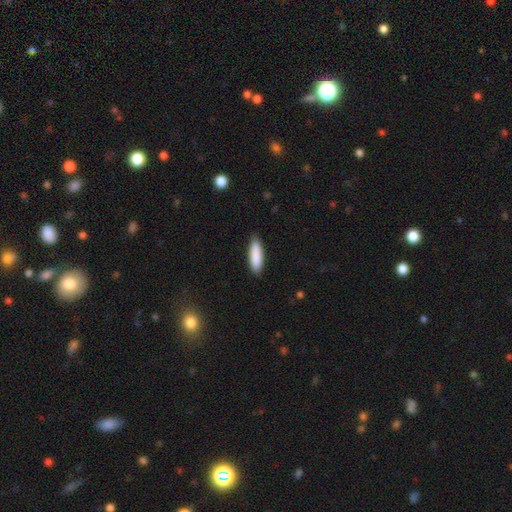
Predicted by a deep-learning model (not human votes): A smooth galaxy with no disk features (88%) that is cigar-shaped (52%). Merging: none (87%).